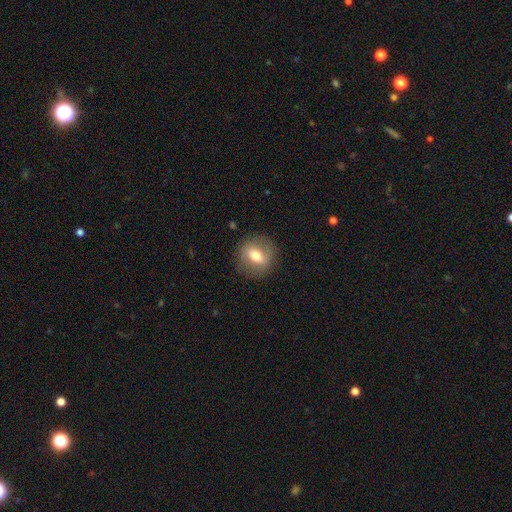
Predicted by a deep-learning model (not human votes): Q: Smooth or featured?
A: smooth (60%); runner-up: featured or disk (32%)
Q: How rounded?
A: round (69%); runner-up: in between (29%)
Q: Merging?
A: none (84%); runner-up: minor disturbance (11%)